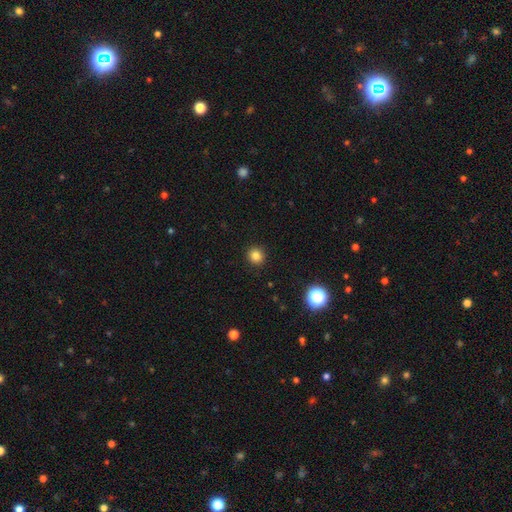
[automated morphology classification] Smooth or featured? smooth (83%)
How rounded? round (91%)
Merging? none (92%)